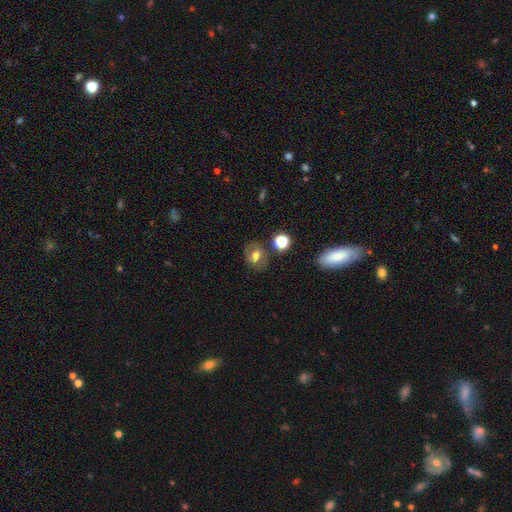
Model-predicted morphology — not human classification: Smooth or featured: smooth — 56% (featured or disk — 30%)
How rounded: round — 50% (in between — 49%)
Merging: none — 75% (minor disturbance — 14%)